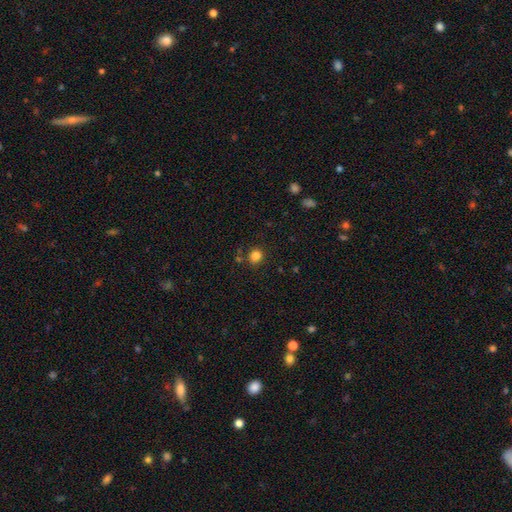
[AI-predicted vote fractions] smooth_or_featured: smooth (p=0.83) [alt: star or artifact p=0.13]
how_rounded: round (p=0.72) [alt: in between p=0.27]
merging: none (p=0.78) [alt: minor disturbance p=0.11]